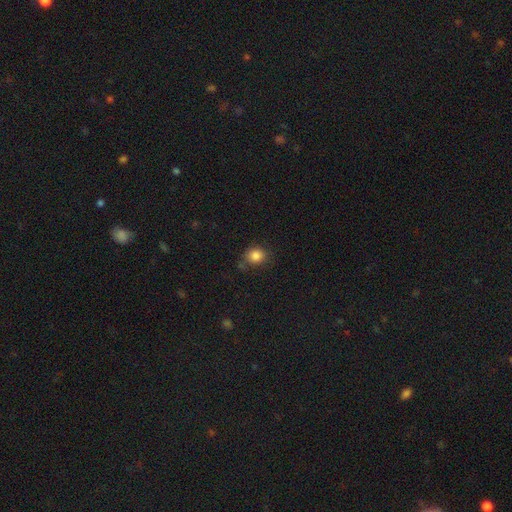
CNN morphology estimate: Q: Smooth or featured?
A: smooth (84%); runner-up: star or artifact (11%)
Q: How rounded?
A: round (75%); runner-up: in between (24%)
Q: Merging?
A: none (72%); runner-up: minor disturbance (18%)